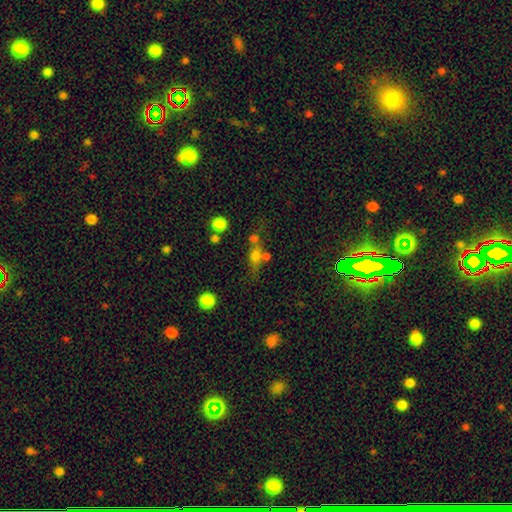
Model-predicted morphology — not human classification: This appears to be a smooth galaxy with no disk features (64%) that is in between round and cigar-shaped (46%). Merging: none (42%).